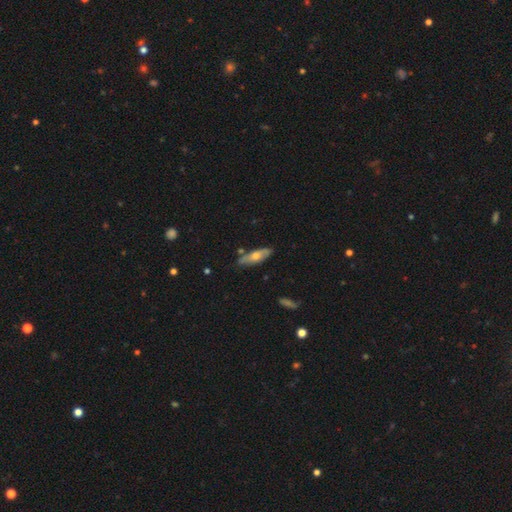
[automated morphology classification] Smooth or featured? Predicted: smooth (p=0.49). Merging? Predicted: none (p=0.79).